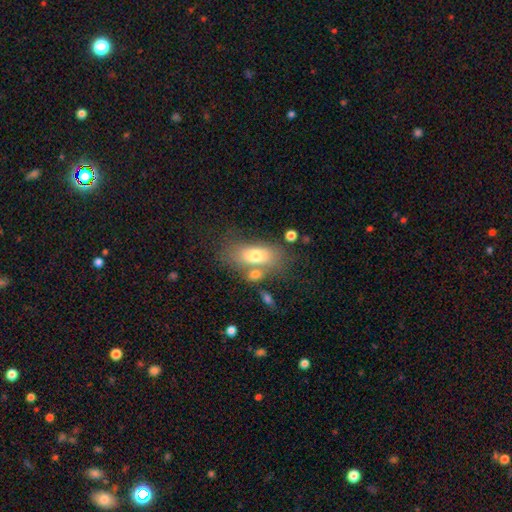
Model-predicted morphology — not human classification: Smooth or featured?
  - smooth: 71% *
  - featured or disk: 20%
  - star or artifact: 8%
How rounded?
  - in between: 83% *
  - cigar-shaped: 9%
  - round: 8%
Merging?
  - none: 50% *
  - merger: 24%
  - minor disturbance: 17%
  - major disturbance: 9%